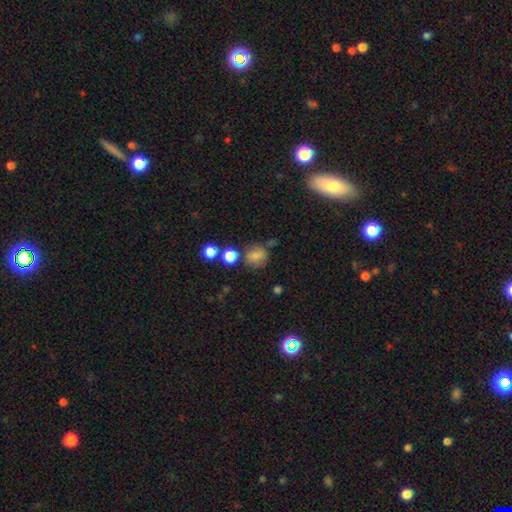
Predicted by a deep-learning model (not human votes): Overall: smooth (76%). How rounded: round (77%). Merging: none (65%).